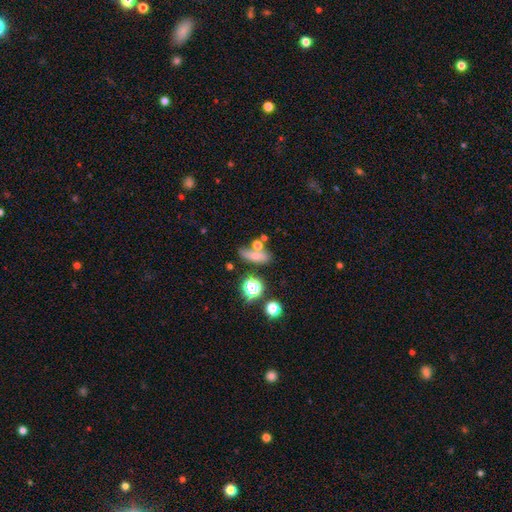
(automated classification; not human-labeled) smooth-or-featured: smooth: 61% | featured or disk: 22% | star or artifact: 16%
  how-rounded: in between: 52% | cigar-shaped: 33% | round: 15%
  merging: none: 56% | merger: 19% | minor disturbance: 17% | major disturbance: 8%